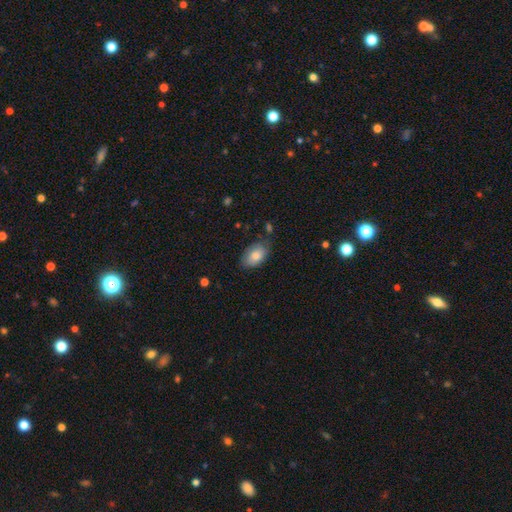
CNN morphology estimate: smooth_or_featured: smooth (p=0.81) [alt: featured or disk p=0.12]
how_rounded: in between (p=0.92) [alt: round p=0.07]
merging: none (p=0.75) [alt: minor disturbance p=0.19]